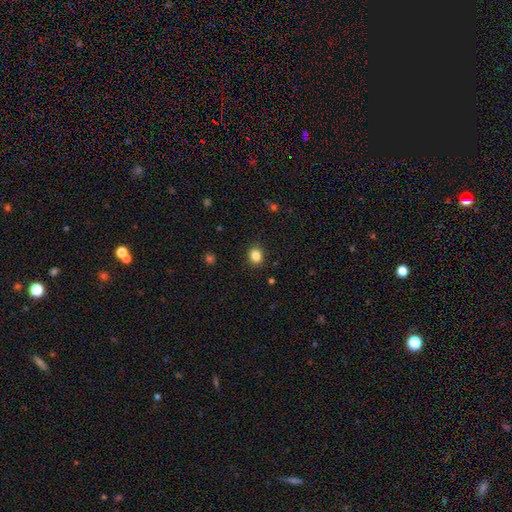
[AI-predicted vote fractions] Smooth or featured?
  - smooth: 84% *
  - star or artifact: 11%
  - featured or disk: 5%
How rounded?
  - round: 65% *
  - in between: 34%
  - cigar-shaped: 1%
Merging?
  - none: 89% *
  - minor disturbance: 7%
  - major disturbance: 2%
  - merger: 1%